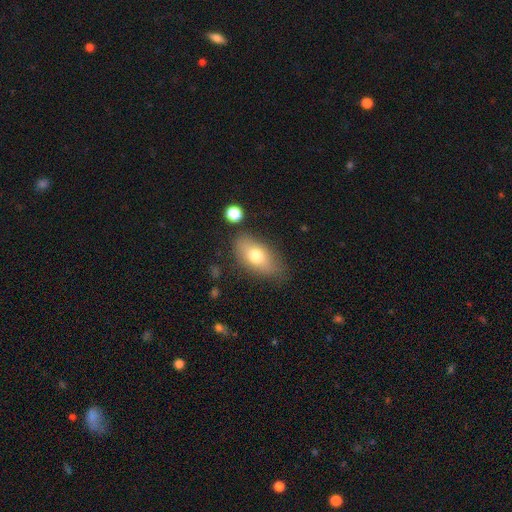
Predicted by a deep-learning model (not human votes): Morphology: type=smooth (72%); roundness=in between (88%); merging=none (74%).